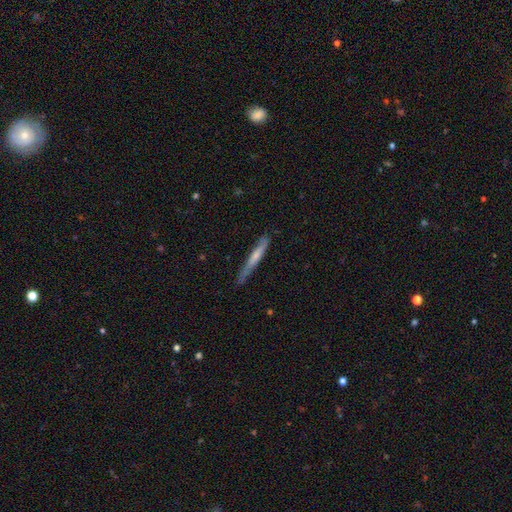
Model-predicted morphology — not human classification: Q: Smooth or featured?
A: smooth (54%); runner-up: featured or disk (40%)
Q: How rounded?
A: cigar-shaped (95%); runner-up: in between (3%)
Q: Merging?
A: none (75%); runner-up: minor disturbance (20%)